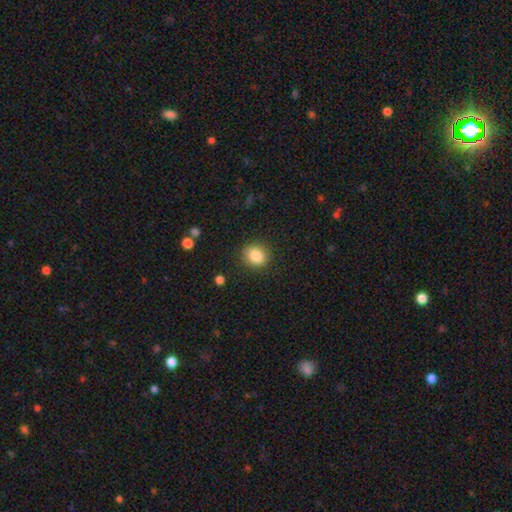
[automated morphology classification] Overall: smooth (86%). How rounded: round (73%). Merging: none (88%).